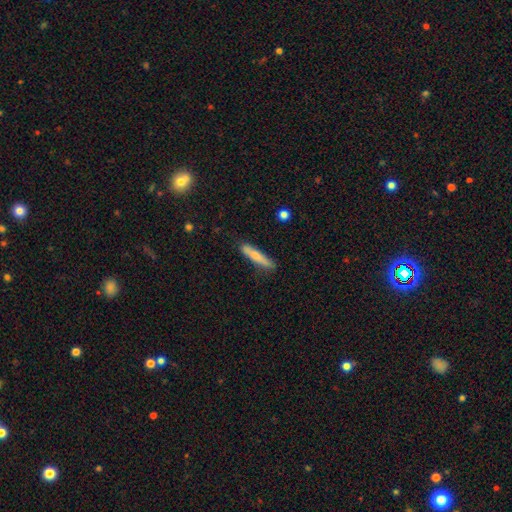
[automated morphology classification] This appears to be a smooth galaxy with no disk features (70%) that is cigar-shaped (90%). Merging: none (82%).